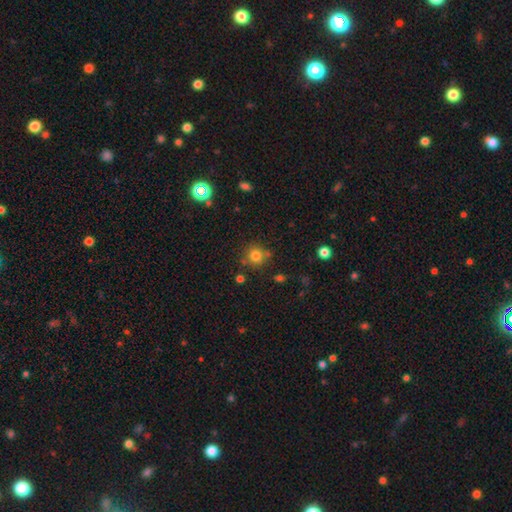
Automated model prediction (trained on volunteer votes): Smooth or featured: smooth — 79% (star or artifact — 14%)
How rounded: round — 92% (in between — 7%)
Merging: none — 77% (minor disturbance — 11%)